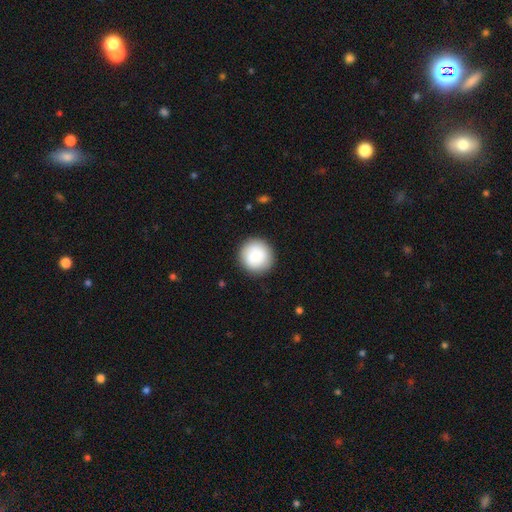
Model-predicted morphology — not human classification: Q: Smooth or featured?
A: smooth (87%); runner-up: star or artifact (7%)
Q: How rounded?
A: round (95%); runner-up: in between (4%)
Q: Merging?
A: none (90%); runner-up: minor disturbance (7%)